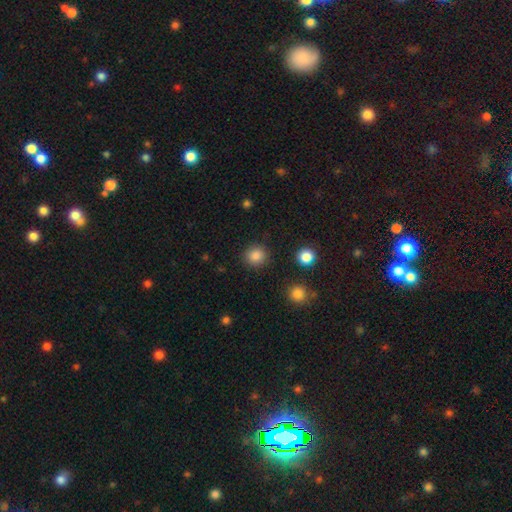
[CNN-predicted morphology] smooth_or_featured: smooth (p=0.86) [alt: star or artifact p=0.10]
how_rounded: round (p=0.91) [alt: in between p=0.08]
merging: none (p=0.90) [alt: minor disturbance p=0.06]